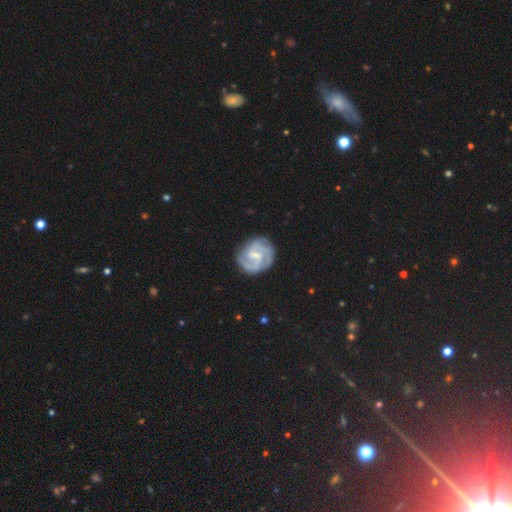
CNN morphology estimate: type=featured or disk (81%); edge-on=no (98%); bar=weak (58%); spiral arms=yes (92%); winding=tight (51%); arm count=2 (43%); bulge=small (52%); merging=none (73%).